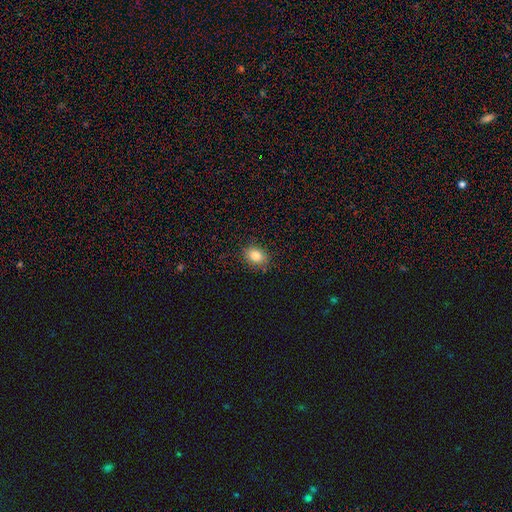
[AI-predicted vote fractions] A smooth galaxy with no disk features (82%) that is in between round and cigar-shaped (59%).

Vote fractions:
- Smooth or featured? smooth: 82% / star or artifact: 10% / featured or disk: 7%
- How rounded? in between: 59% / round: 40% / cigar-shaped: 1%
- Merging? none: 86% / minor disturbance: 11% / major disturbance: 2% / merger: 1%